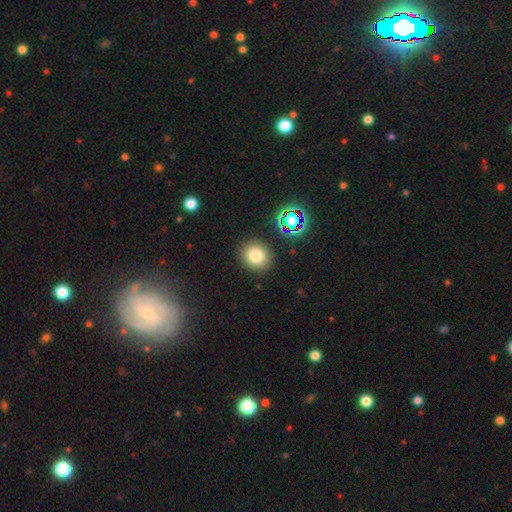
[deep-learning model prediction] A smooth galaxy with no disk features (79%) that is round (78%).

Vote fractions:
- Smooth or featured? smooth: 79% / star or artifact: 14% / featured or disk: 7%
- How rounded? round: 78% / in between: 21% / cigar-shaped: 1%
- Merging? none: 89% / minor disturbance: 7% / major disturbance: 2% / merger: 2%